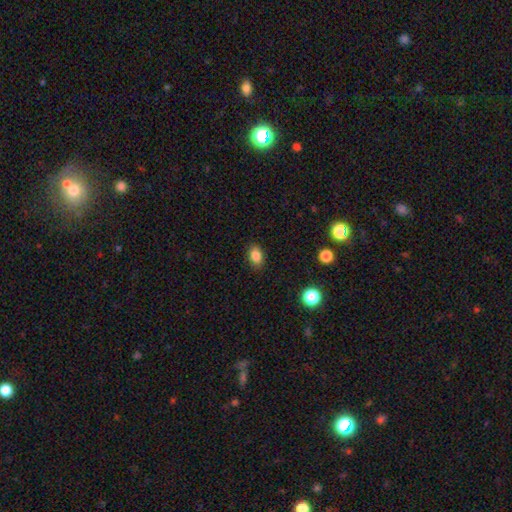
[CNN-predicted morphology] The model was most divided on "how rounded": in between: 81%, round: 18%, cigar-shaped: 2%. More confident: merging — none (87%); smooth or featured — smooth (84%).